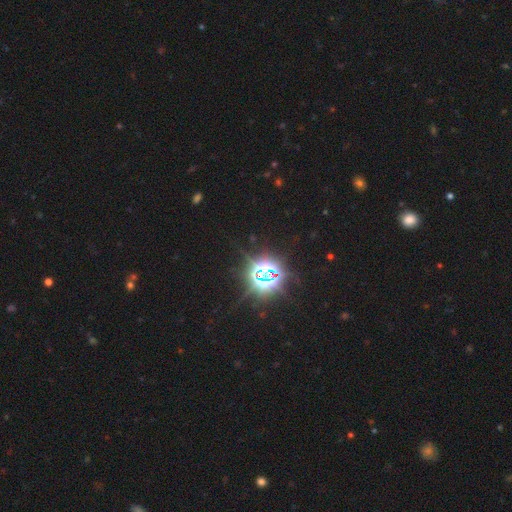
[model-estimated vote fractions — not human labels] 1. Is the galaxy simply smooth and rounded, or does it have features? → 83% star or artifact, 12% smooth, 5% featured or disk.